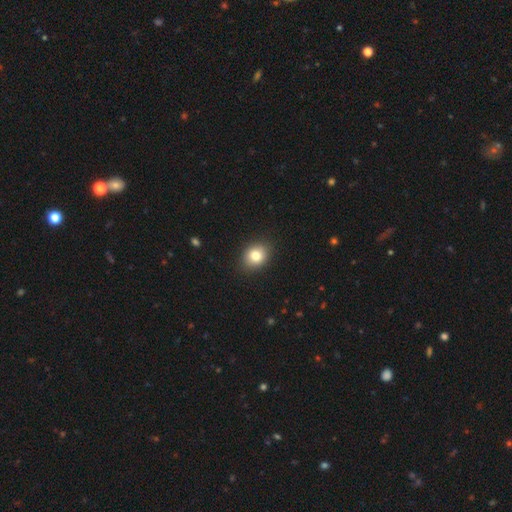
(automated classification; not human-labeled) Smooth or featured? Predicted: smooth (p=0.81). How rounded? Predicted: round (p=0.50). Merging? Predicted: none (p=0.88).